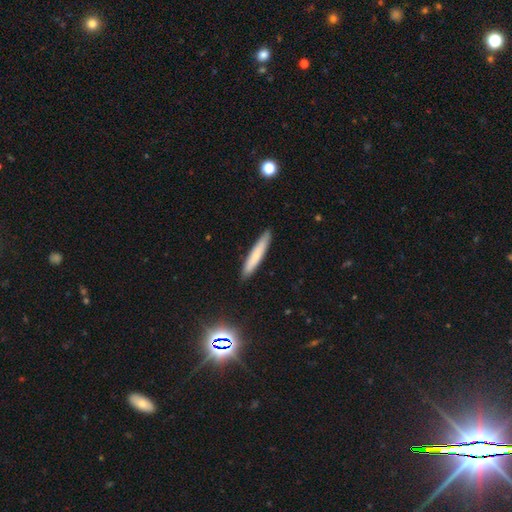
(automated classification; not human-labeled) Smooth or featured? smooth (71%)
How rounded? cigar-shaped (93%)
Merging? none (90%)